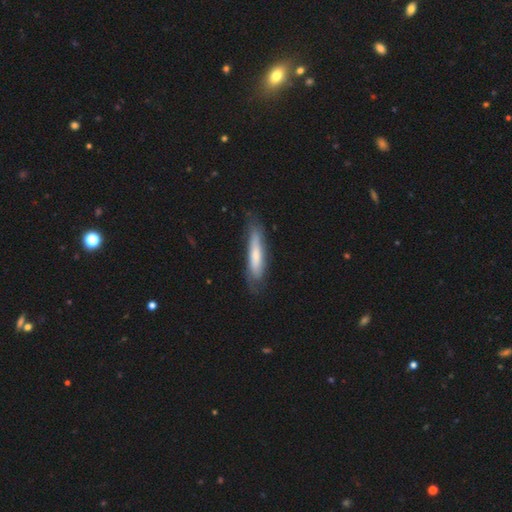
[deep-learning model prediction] smooth_or_featured: smooth (p=0.56) [alt: featured or disk p=0.38]
how_rounded: cigar-shaped (p=0.81) [alt: in between p=0.18]
merging: none (p=0.71) [alt: minor disturbance p=0.21]